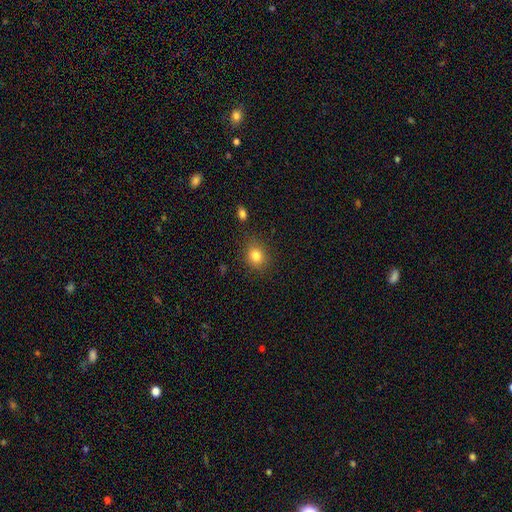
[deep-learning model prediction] Smooth or featured? smooth (82%)
How rounded? round (67%)
Merging? none (84%)